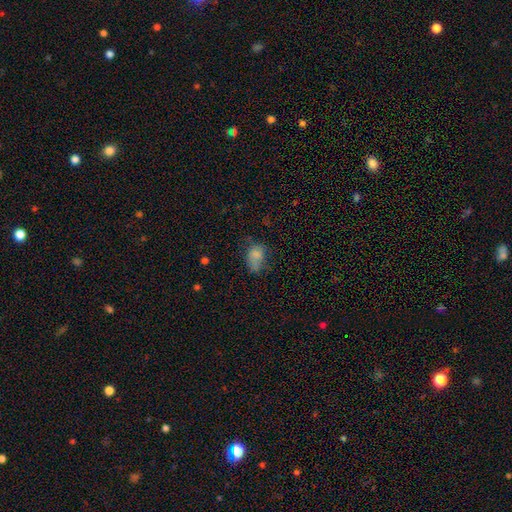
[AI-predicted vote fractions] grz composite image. It shows a smooth galaxy with no disk features (75%) that is in between round and cigar-shaped (73%). Merging: none (38%).